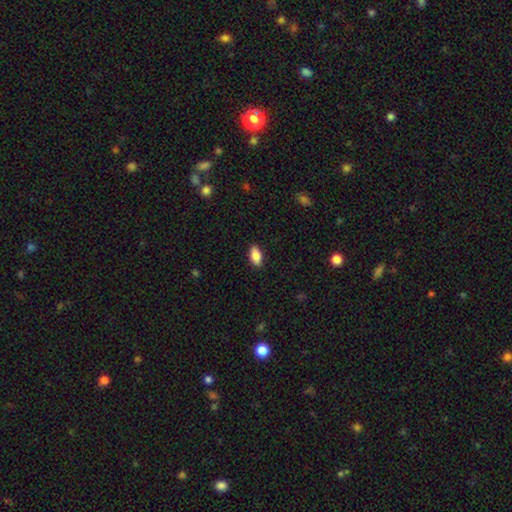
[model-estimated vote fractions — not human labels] Q: Smooth or featured?
A: smooth (85%); runner-up: featured or disk (8%)
Q: How rounded?
A: in between (90%); runner-up: cigar-shaped (7%)
Q: Merging?
A: none (88%); runner-up: minor disturbance (9%)